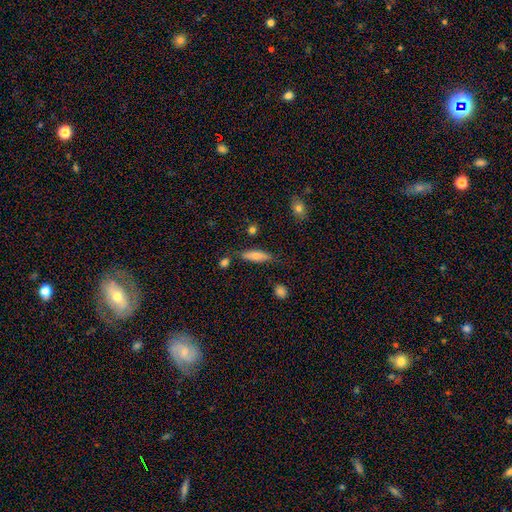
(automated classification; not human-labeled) smooth_or_featured: smooth (p=0.69) [alt: featured or disk p=0.24]
how_rounded: cigar-shaped (p=0.51) [alt: in between p=0.46]
merging: none (p=0.76) [alt: minor disturbance p=0.16]